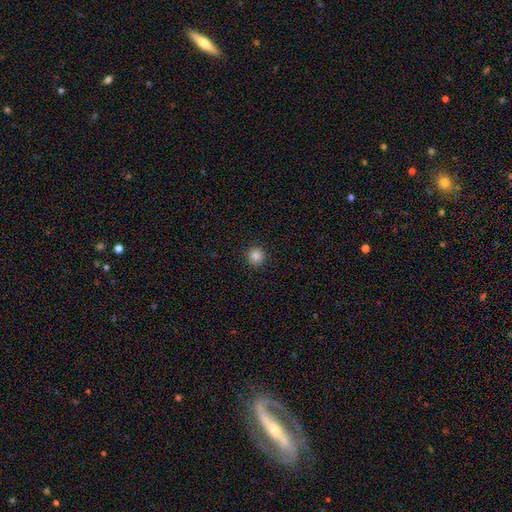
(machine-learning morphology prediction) Overall: smooth (84%). How rounded: round (94%). Merging: none (92%).